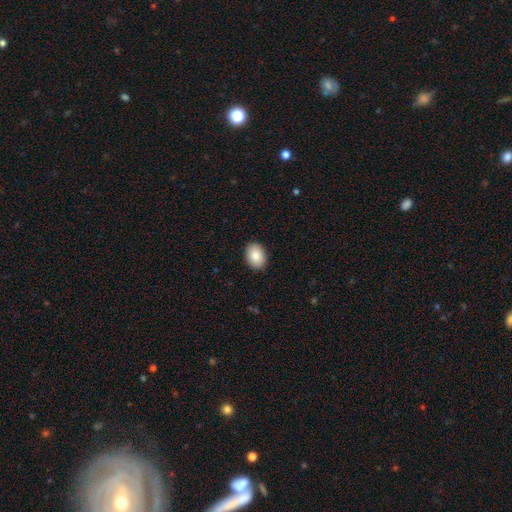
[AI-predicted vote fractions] smooth_or_featured: smooth (p=0.86) [alt: star or artifact p=0.07]
how_rounded: in between (p=0.78) [alt: round p=0.21]
merging: none (p=0.90) [alt: minor disturbance p=0.07]